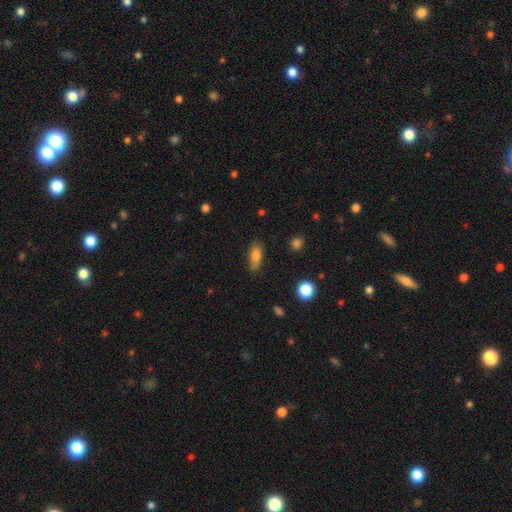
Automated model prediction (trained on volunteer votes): This appears to be a smooth galaxy with no disk features (79%) that is in between round and cigar-shaped (74%). Merging: none (72%).